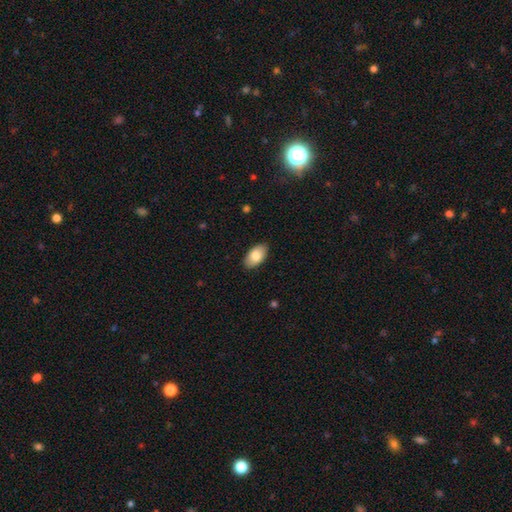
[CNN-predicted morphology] A smooth galaxy with no disk features (82%) that is in between round and cigar-shaped (94%). Merging: none (88%).